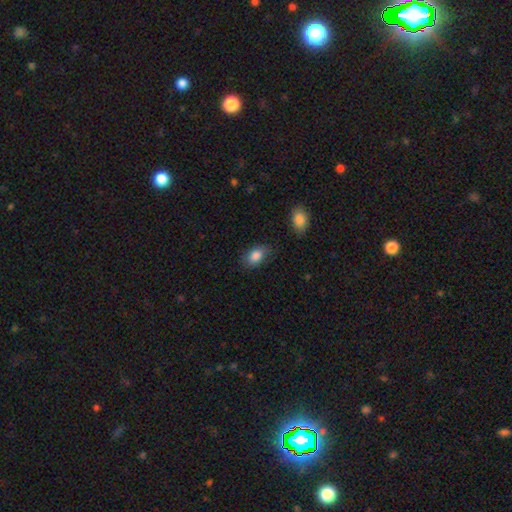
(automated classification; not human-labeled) The model was most divided on "merging": none: 76%, minor disturbance: 18%, major disturbance: 4%, merger: 2%. More confident: how rounded — in between (87%); smooth or featured — smooth (86%).